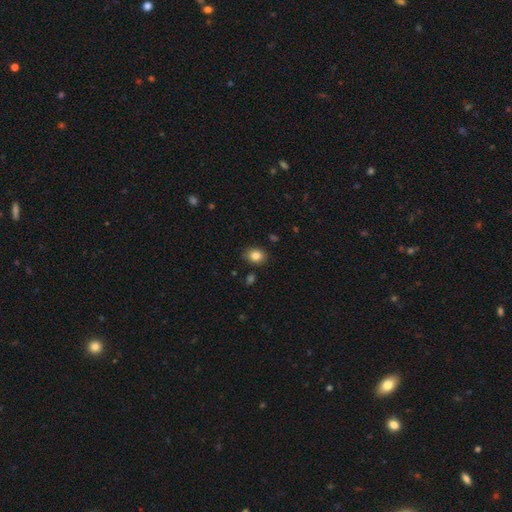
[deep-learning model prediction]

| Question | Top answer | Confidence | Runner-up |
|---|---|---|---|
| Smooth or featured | smooth | 84% | star or artifact (10%) |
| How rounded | in between | 56% | round (43%) |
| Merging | none | 86% | minor disturbance (10%) |